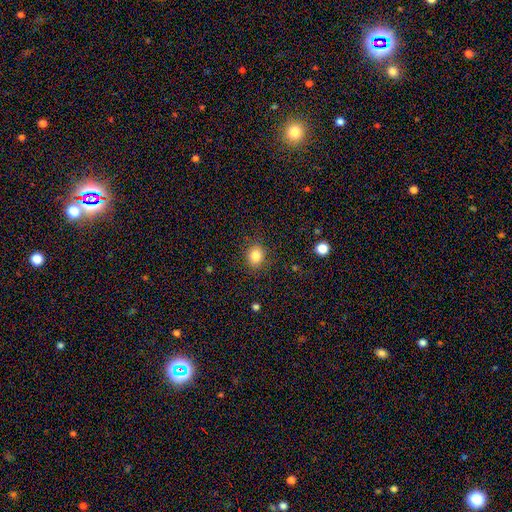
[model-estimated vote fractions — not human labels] smooth-or-featured: smooth: 83% | star or artifact: 11% | featured or disk: 6%
  how-rounded: round: 65% | in between: 34% | cigar-shaped: 1%
  merging: none: 86% | minor disturbance: 10% | major disturbance: 3% | merger: 1%